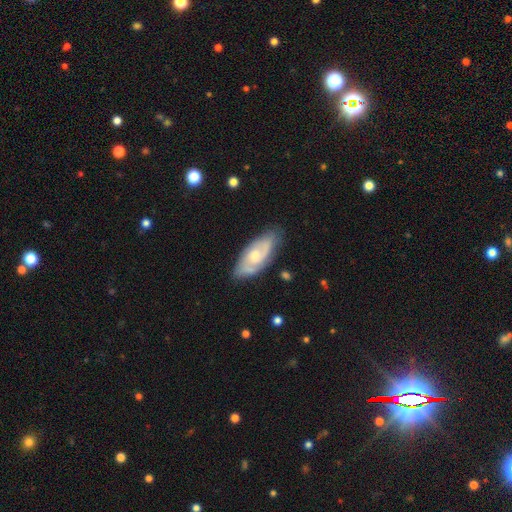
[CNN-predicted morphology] Smooth or featured? Predicted: featured or disk (p=0.67). Edge-on disk? Predicted: no (p=0.89). Bar? Predicted: no (p=0.68). Spiral arms? Predicted: yes (p=0.85). Spiral winding? Predicted: tight (p=0.43). Spiral arm count? Predicted: 2 (p=0.56). Bulge size? Predicted: moderate (p=0.52). Merging? Predicted: none (p=0.74).